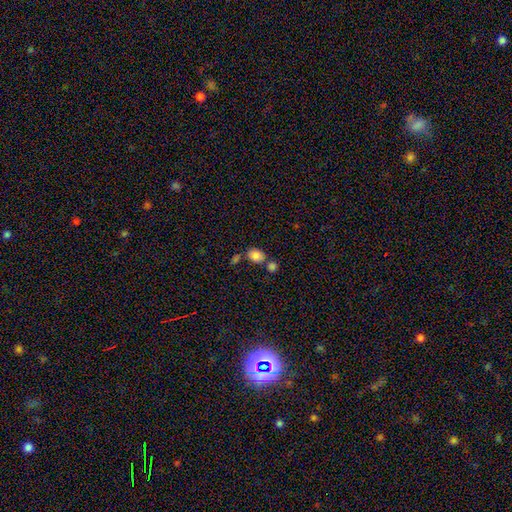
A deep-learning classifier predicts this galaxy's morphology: This appears to be a smooth galaxy with no disk features (83%) that is in between round and cigar-shaped (69%). Merging: none (60%).